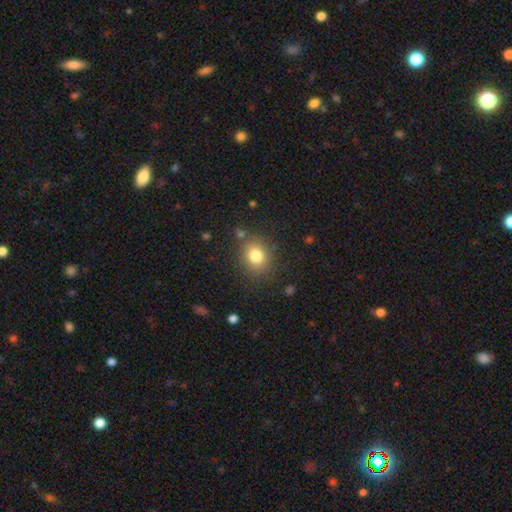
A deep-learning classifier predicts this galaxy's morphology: Smooth or featured? smooth (79%)
How rounded? round (69%)
Merging? none (82%)